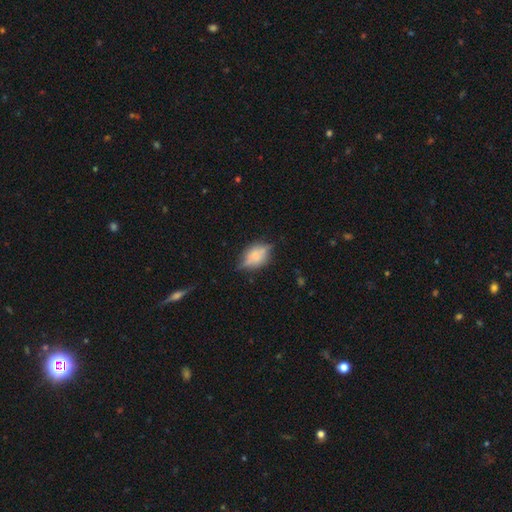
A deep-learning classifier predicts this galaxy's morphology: smooth 45%, featured or disk 44%, star or artifact 11%. Down the decision tree: merging — none (65%).